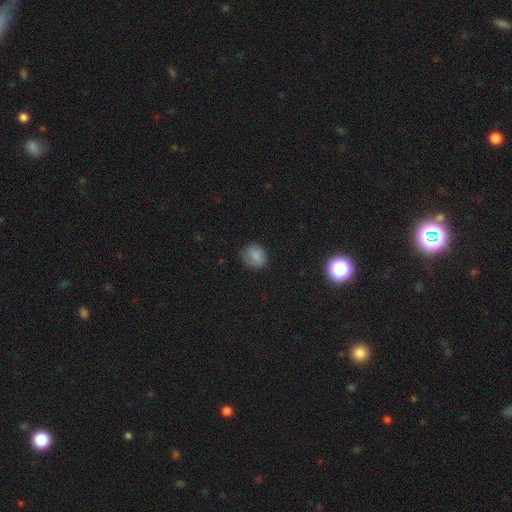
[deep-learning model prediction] The model was most divided on "how rounded": round: 73%, in between: 26%, cigar-shaped: 1%. More confident: smooth or featured — smooth (80%); merging — none (76%).